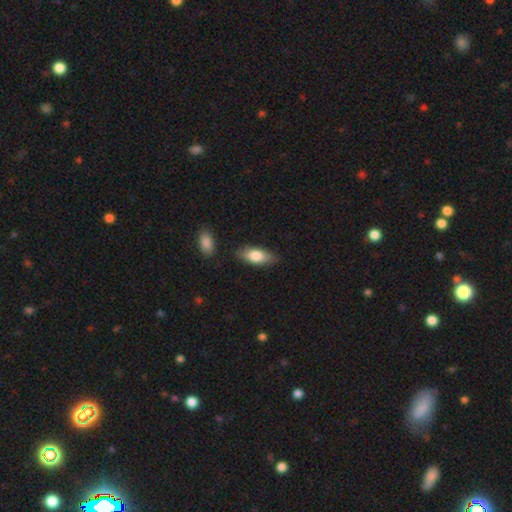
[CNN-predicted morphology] This is likely a smooth galaxy (78%). How rounded: clearly in between (80%). Merging: likely none (80%).